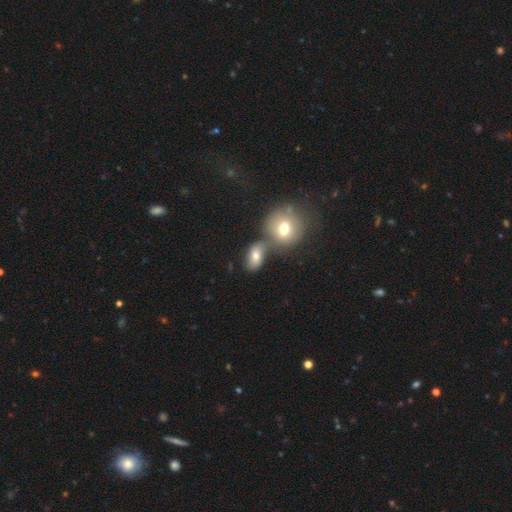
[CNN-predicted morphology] Q: Smooth or featured?
A: smooth (73%); runner-up: featured or disk (16%)
Q: How rounded?
A: in between (73%); runner-up: round (24%)
Q: Merging?
A: none (42%); tied with: merger (42%)